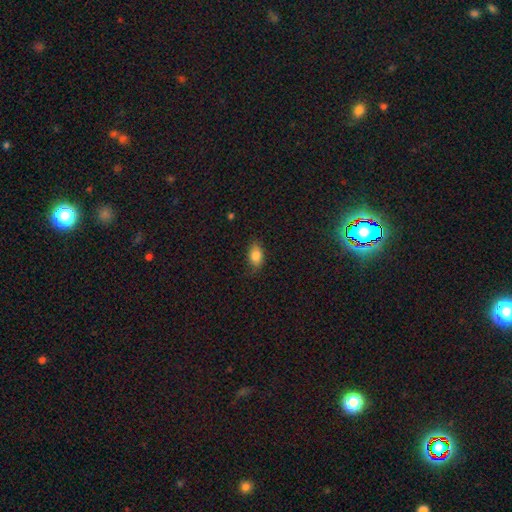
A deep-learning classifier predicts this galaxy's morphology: smooth_or_featured: smooth (p=0.81) [alt: featured or disk p=0.10]
how_rounded: in between (p=0.84) [alt: round p=0.13]
merging: none (p=0.74) [alt: minor disturbance p=0.20]